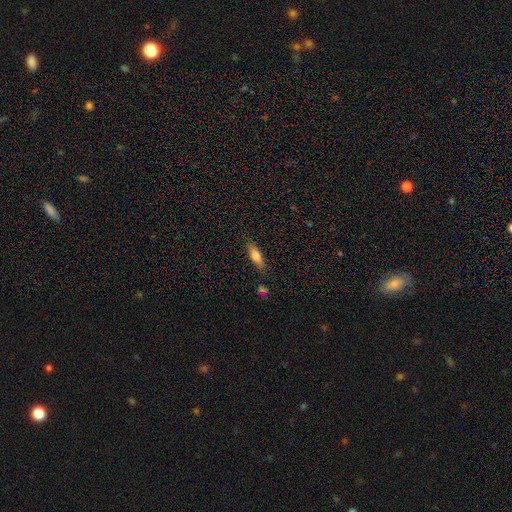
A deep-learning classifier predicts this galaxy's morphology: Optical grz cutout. It shows a smooth galaxy with no disk features (73%) that is in between round and cigar-shaped (51%). Merging: none (81%).